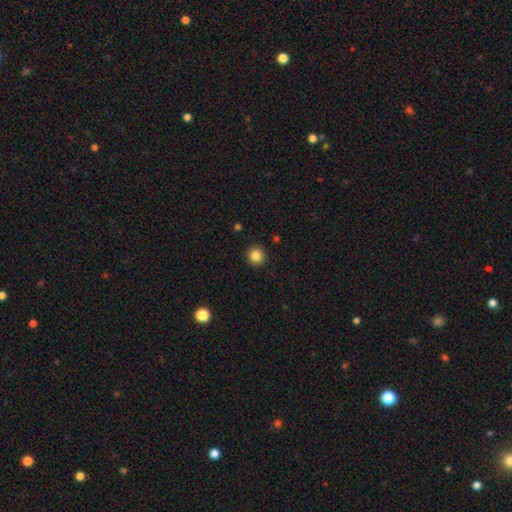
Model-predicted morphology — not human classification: type=smooth (84%); roundness=round (93%); merging=none (92%).